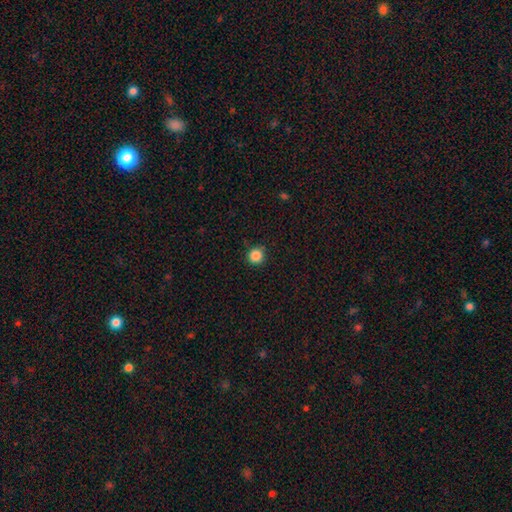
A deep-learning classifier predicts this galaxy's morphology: Q: Smooth or featured?
A: smooth (86%); runner-up: star or artifact (11%)
Q: How rounded?
A: round (95%); runner-up: in between (4%)
Q: Merging?
A: none (89%); runner-up: minor disturbance (8%)